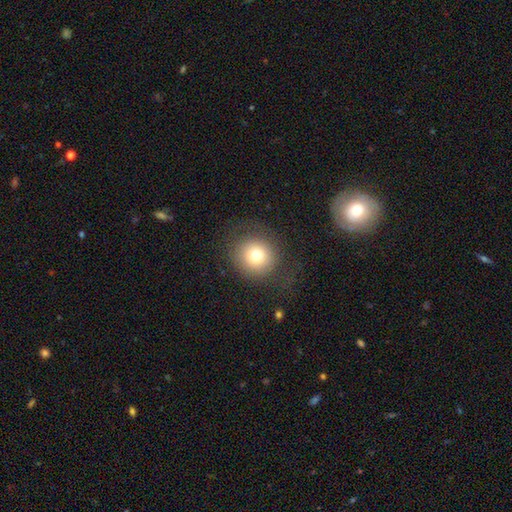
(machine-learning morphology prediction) A smooth galaxy with no disk features (72%) that is round (91%). Merging: none (77%).